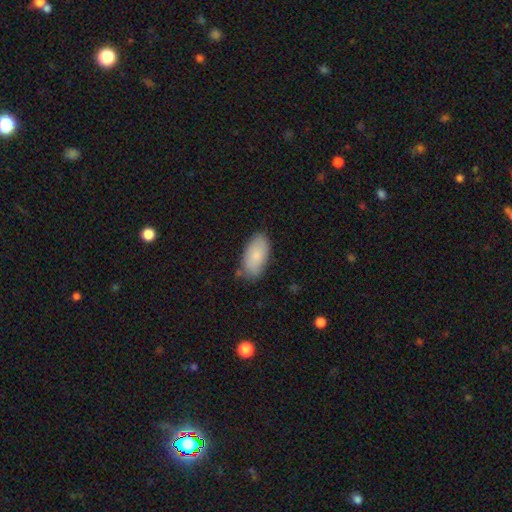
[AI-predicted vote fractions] Q: Smooth or featured?
A: smooth (84%); runner-up: featured or disk (10%)
Q: How rounded?
A: in between (94%); runner-up: cigar-shaped (3%)
Q: Merging?
A: none (78%); runner-up: minor disturbance (17%)